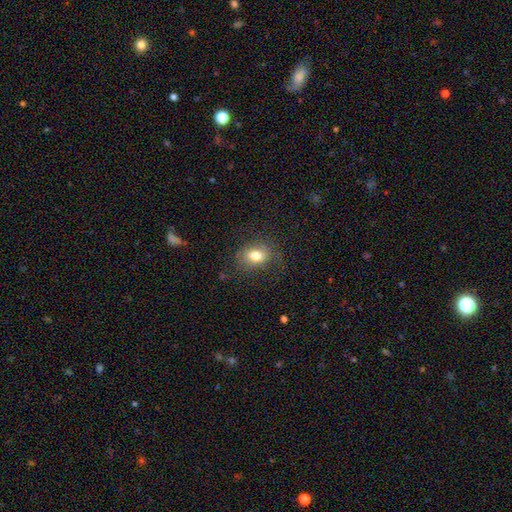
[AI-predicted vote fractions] Q: Smooth or featured?
A: smooth (78%); runner-up: featured or disk (12%)
Q: How rounded?
A: in between (67%); runner-up: round (32%)
Q: Merging?
A: none (74%); runner-up: minor disturbance (17%)